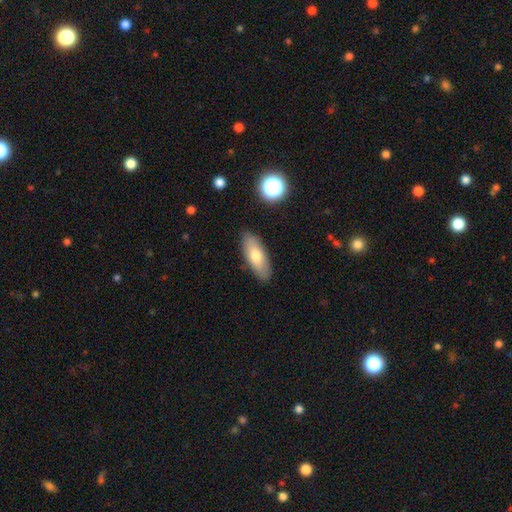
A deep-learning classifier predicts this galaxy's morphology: Q: Smooth or featured?
A: smooth (71%); runner-up: featured or disk (23%)
Q: How rounded?
A: in between (74%); runner-up: cigar-shaped (23%)
Q: Merging?
A: none (86%); runner-up: minor disturbance (11%)